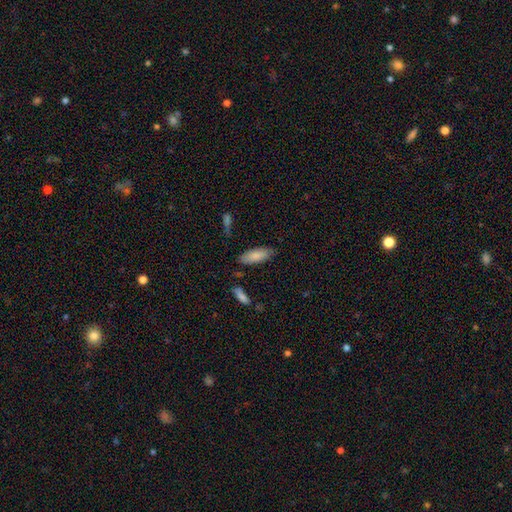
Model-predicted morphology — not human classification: Smooth or featured: smooth — 84% (featured or disk — 10%)
How rounded: in between — 73% (cigar-shaped — 25%)
Merging: none — 79% (minor disturbance — 15%)